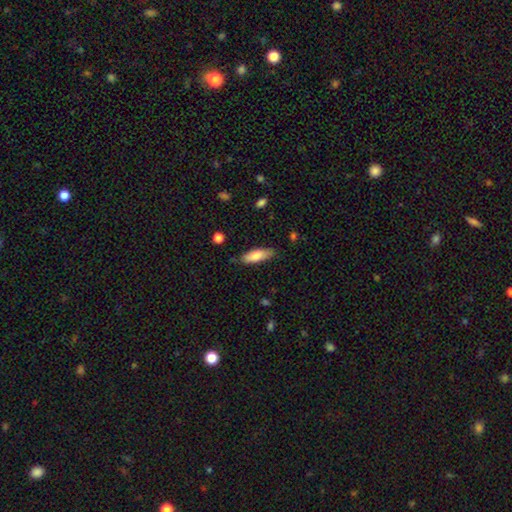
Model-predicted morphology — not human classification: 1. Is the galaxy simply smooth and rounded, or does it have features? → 79% smooth, 15% featured or disk, 6% star or artifact.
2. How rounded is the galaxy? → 58% in between, 40% cigar-shaped, 2% round.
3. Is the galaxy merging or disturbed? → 80% none, 15% minor disturbance, 3% major disturbance, 2% merger.